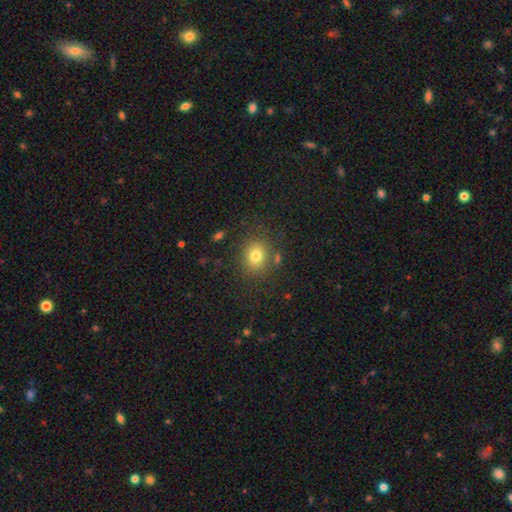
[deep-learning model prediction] This is likely a smooth galaxy (78%). How rounded: likely round (68%). Merging: clearly none (81%).